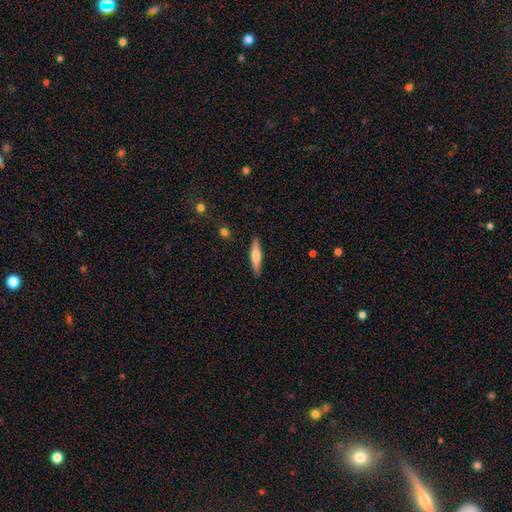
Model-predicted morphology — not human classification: Overall: smooth (52%; featured or disk 42%). How rounded: cigar-shaped (82%). Merging: none (89%).